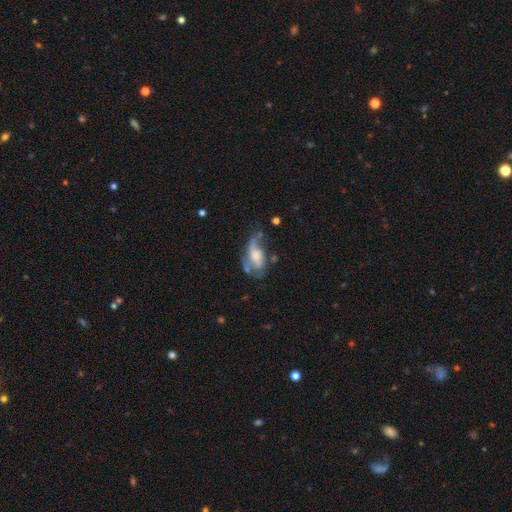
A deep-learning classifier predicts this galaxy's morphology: Smooth or featured? featured or disk (63%)
Edge-on disk? no (94%)
Bar? no (66%)
Spiral arms? yes (73%)
Bulge size? moderate (45%)
Merging? major disturbance (34%)